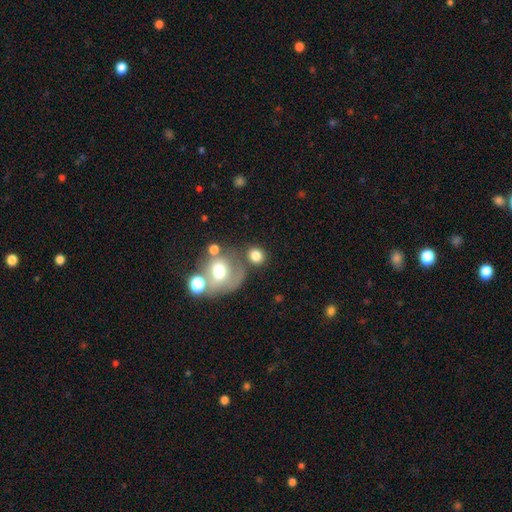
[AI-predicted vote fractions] The model was most divided on "merging": none: 62%, merger: 17%, minor disturbance: 13%, major disturbance: 8%. More confident: smooth or featured — smooth (78%); how rounded — round (75%).